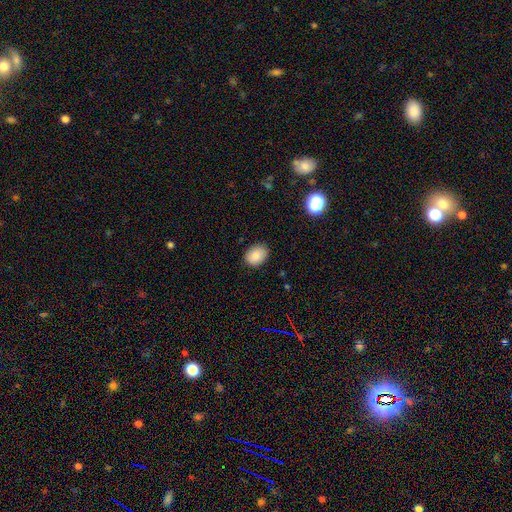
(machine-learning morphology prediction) type=smooth (86%); roundness=in between (66%); merging=none (87%).